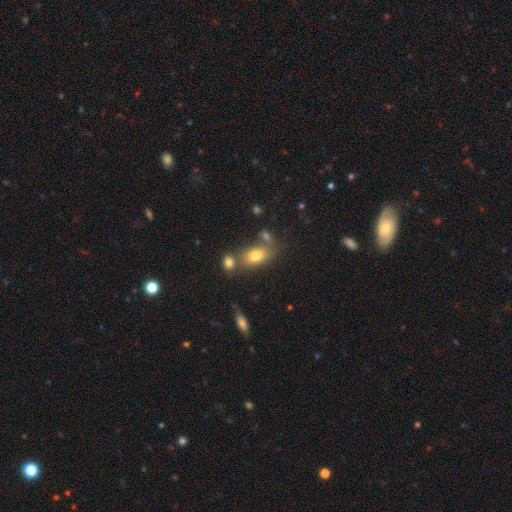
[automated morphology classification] A smooth galaxy with no disk features (77%) that is in between round and cigar-shaped (86%).

Vote fractions:
- Smooth or featured? smooth: 77% / featured or disk: 14% / star or artifact: 10%
- How rounded? in between: 86% / round: 10% / cigar-shaped: 4%
- Merging? none: 60% / merger: 22% / minor disturbance: 14% / major disturbance: 5%